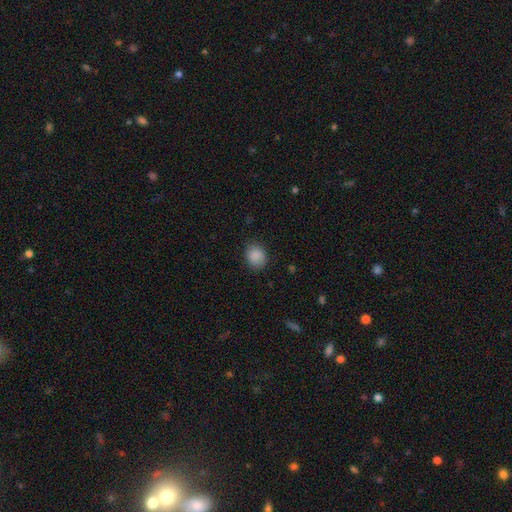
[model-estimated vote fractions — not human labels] Smooth or featured? smooth (88%)
How rounded? round (67%)
Merging? none (83%)